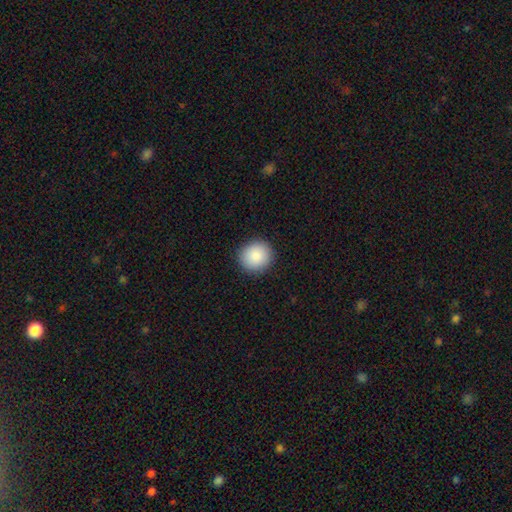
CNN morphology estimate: A smooth galaxy with no disk features (88%) that is round (89%).

Vote fractions:
- Smooth or featured? smooth: 88% / star or artifact: 8% / featured or disk: 4%
- How rounded? round: 89% / in between: 10% / cigar-shaped: 1%
- Merging? none: 91% / minor disturbance: 6% / major disturbance: 2% / merger: 1%